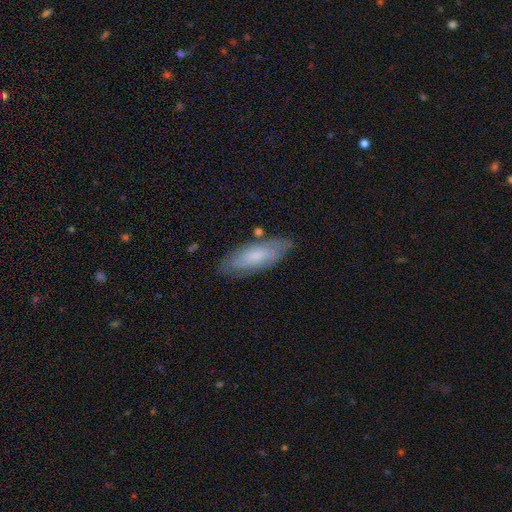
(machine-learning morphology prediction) This is likely a smooth galaxy (62%). How rounded: likely in between (65%). Merging: likely none (76%).